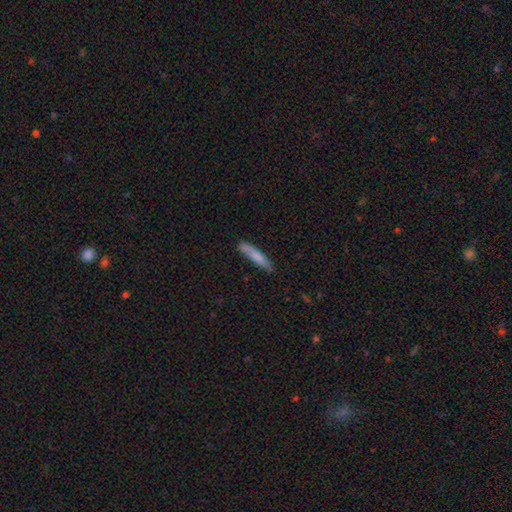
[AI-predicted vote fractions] Q: Smooth or featured?
A: smooth (77%); runner-up: featured or disk (17%)
Q: How rounded?
A: cigar-shaped (89%); runner-up: in between (10%)
Q: Merging?
A: none (76%); runner-up: minor disturbance (17%)